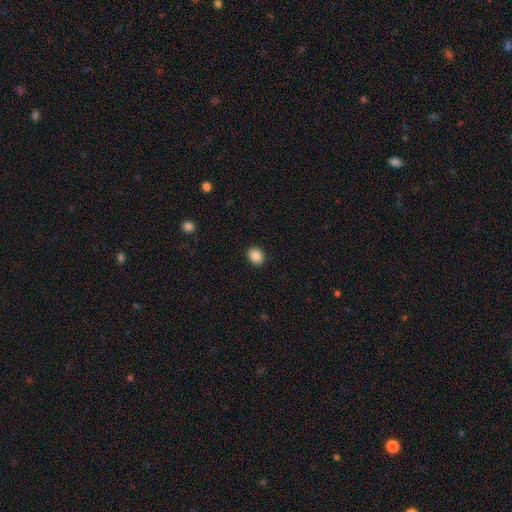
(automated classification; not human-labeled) Q: Smooth or featured?
A: smooth (87%); runner-up: star or artifact (9%)
Q: How rounded?
A: in between (52%); runner-up: round (47%)
Q: Merging?
A: none (91%); runner-up: minor disturbance (7%)